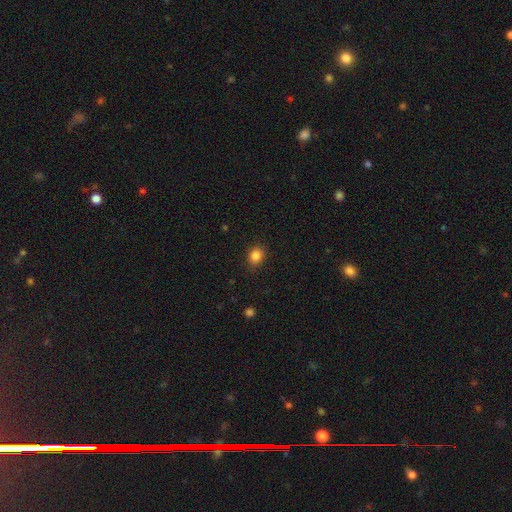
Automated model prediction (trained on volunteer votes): This appears to be a smooth galaxy with no disk features (85%) that is round (60%). Merging: none (86%).